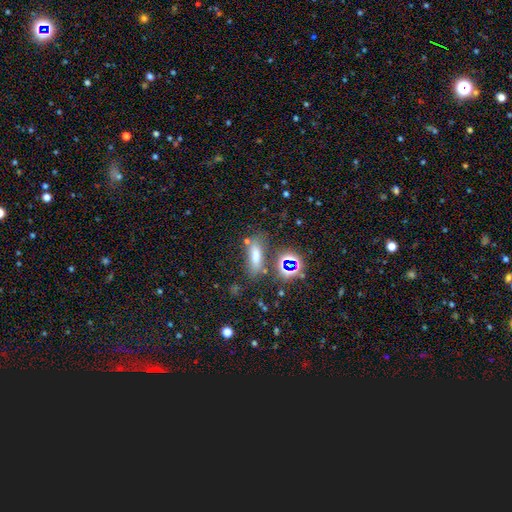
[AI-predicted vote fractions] This appears to be a smooth galaxy with no disk features (63%) that is in between round and cigar-shaped (49%). Merging: none (67%).